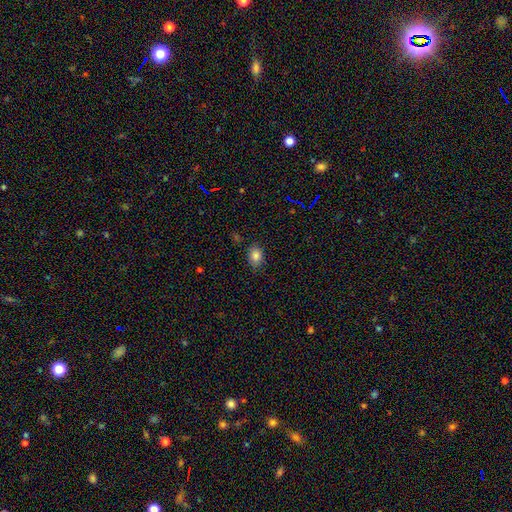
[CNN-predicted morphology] Smooth or featured? smooth (84%)
How rounded? in between (67%)
Merging? none (80%)